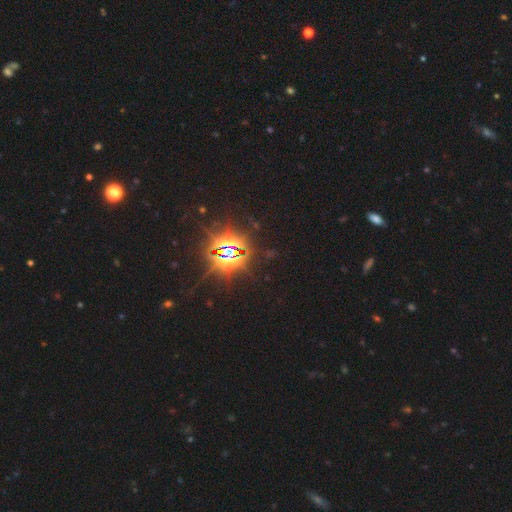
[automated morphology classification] A star or artifact, not a galaxy (86%).

Vote fractions:
- Smooth or featured? star or artifact: 86% / smooth: 8% / featured or disk: 6%